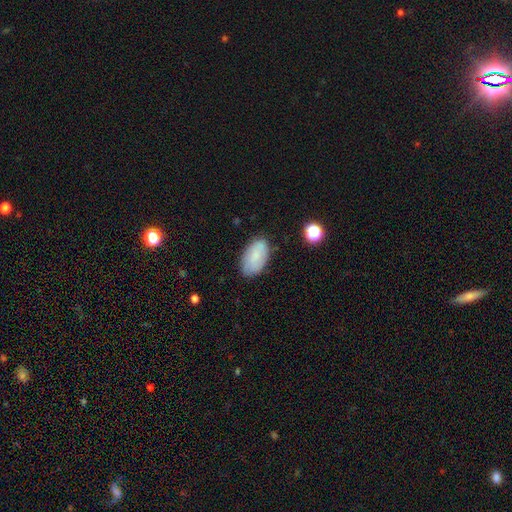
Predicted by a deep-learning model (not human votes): Q: Smooth or featured?
A: smooth (80%); runner-up: featured or disk (13%)
Q: How rounded?
A: in between (94%); runner-up: round (4%)
Q: Merging?
A: none (79%); runner-up: minor disturbance (16%)